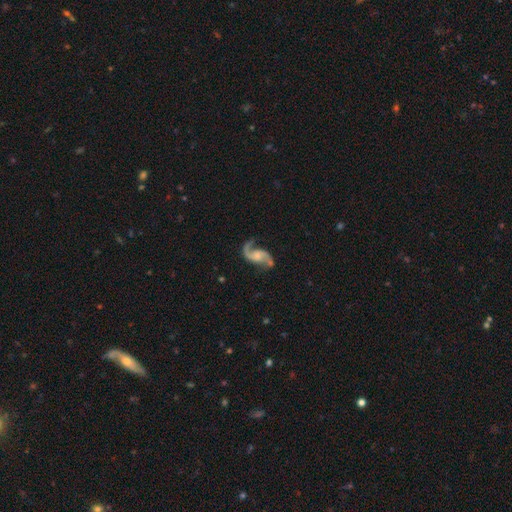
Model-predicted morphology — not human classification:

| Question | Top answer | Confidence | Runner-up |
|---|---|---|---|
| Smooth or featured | featured or disk | 92% | star or artifact (5%) |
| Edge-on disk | no | 98% | yes (2%) |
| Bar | no | 55% | weak (36%) |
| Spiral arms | yes | 98% | no (2%) |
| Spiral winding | loose | 56% | medium (38%) |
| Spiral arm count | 2 | 93% | 1 (2%) |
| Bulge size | moderate | 35% | small (31%) |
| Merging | none | 76% | minor disturbance (14%) |